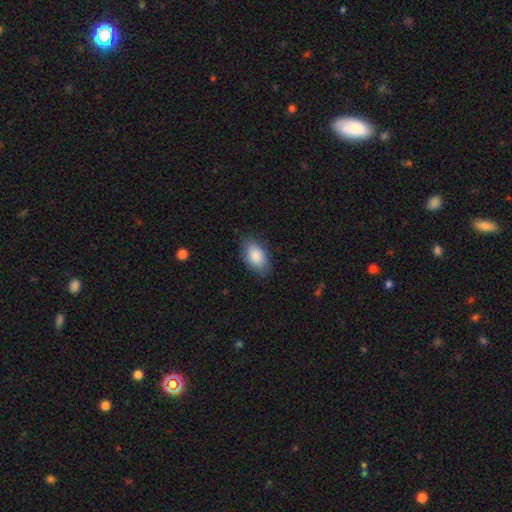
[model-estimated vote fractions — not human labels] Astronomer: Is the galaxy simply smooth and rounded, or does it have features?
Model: smooth — 87%.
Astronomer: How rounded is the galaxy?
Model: in between — 93%.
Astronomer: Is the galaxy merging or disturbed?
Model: none — 81%.